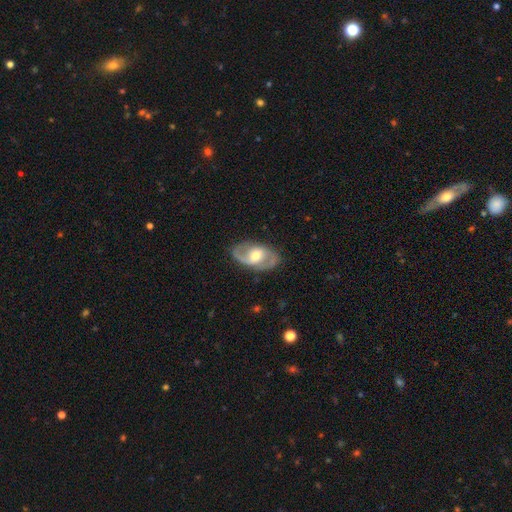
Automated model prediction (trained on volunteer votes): Q: Smooth or featured?
A: featured or disk (82%); runner-up: smooth (13%)
Q: Edge-on disk?
A: no (96%); runner-up: yes (4%)
Q: Bar?
A: weak (44%); runner-up: no (41%)
Q: Spiral arms?
A: yes (91%); runner-up: no (9%)
Q: Spiral winding?
A: medium (52%); runner-up: loose (29%)
Q: Spiral arm count?
A: 2 (89%); runner-up: can't tell (5%)
Q: Bulge size?
A: moderate (65%); runner-up: small (26%)
Q: Merging?
A: none (81%); runner-up: minor disturbance (13%)